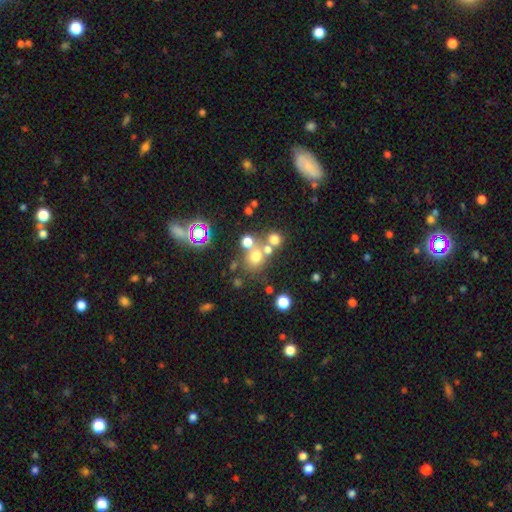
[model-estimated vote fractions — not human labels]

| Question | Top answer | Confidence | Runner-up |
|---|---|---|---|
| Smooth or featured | smooth | 62% | star or artifact (25%) |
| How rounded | round | 79% | in between (20%) |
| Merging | none | 55% | merger (29%) |